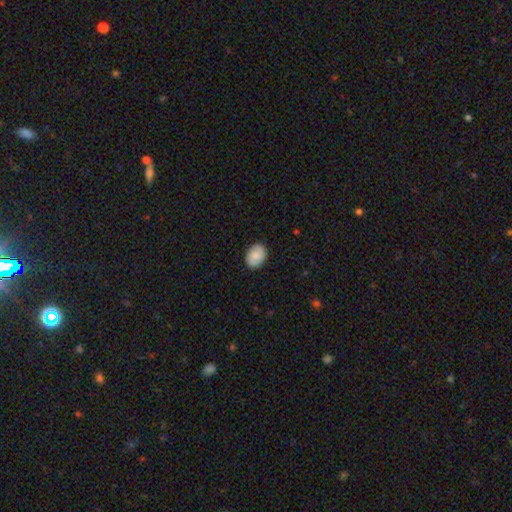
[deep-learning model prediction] Smooth or featured?
  - smooth: 77% *
  - featured or disk: 16%
  - star or artifact: 7%
How rounded?
  - in between: 63% *
  - round: 36%
  - cigar-shaped: 1%
Merging?
  - none: 87% *
  - minor disturbance: 10%
  - major disturbance: 2%
  - merger: 1%